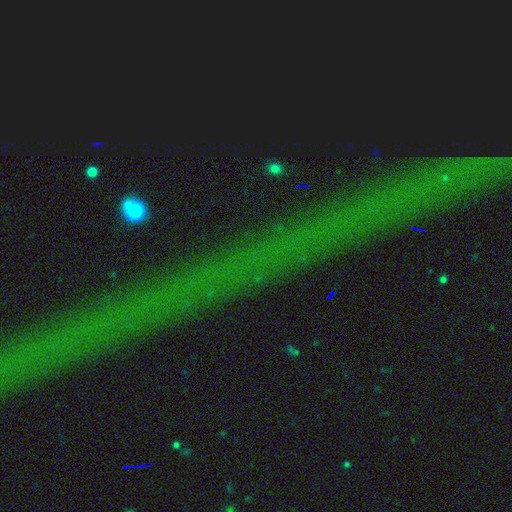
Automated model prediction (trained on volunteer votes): Smooth or featured?
  - star or artifact: 74% *
  - featured or disk: 14%
  - smooth: 12%